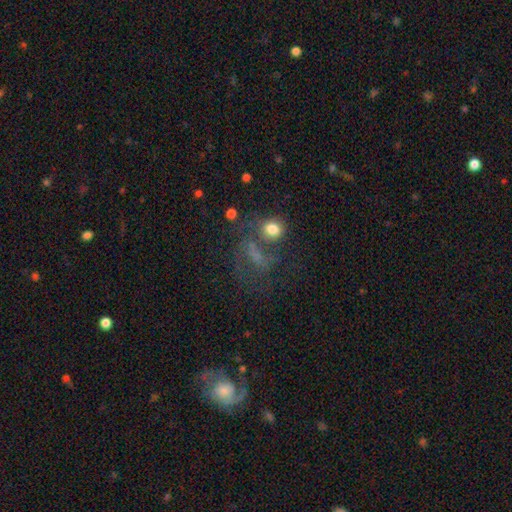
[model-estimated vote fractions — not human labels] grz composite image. It shows a smooth galaxy with no disk features (44%). Merging: none (42%).